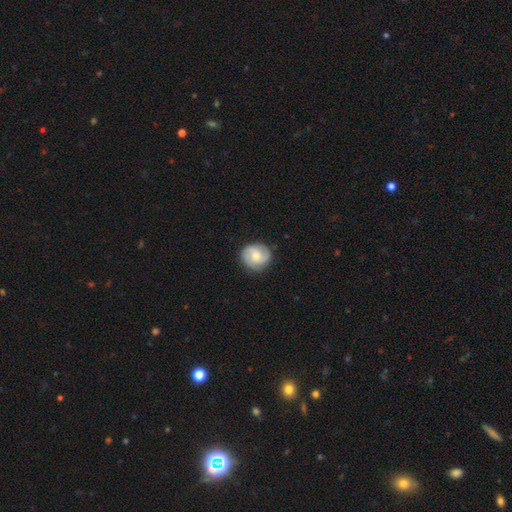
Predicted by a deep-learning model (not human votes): Smooth or featured?
  - featured or disk: 60% *
  - smooth: 34%
  - star or artifact: 6%
Edge-on disk?
  - no: 98% *
  - yes: 2%
Bar?
  - no: 56% *
  - weak: 38%
  - strong: 6%
Spiral arms?
  - yes: 93% *
  - no: 7%
Spiral winding?
  - medium: 43% *
  - tight: 42%
  - loose: 15%
Spiral arm count?
  - 2: 70% *
  - 3: 12%
  - can't tell: 11%
  - 1: 3%
  - 4: 2%
  - more than 4: 2%
Bulge size?
  - moderate: 56% *
  - small: 33%
  - large: 5%
  - none: 4%
  - dominant: 1%
Merging?
  - none: 84% *
  - minor disturbance: 12%
  - major disturbance: 3%
  - merger: 1%